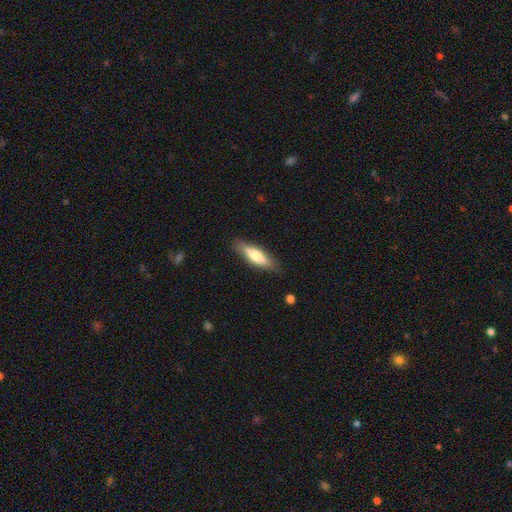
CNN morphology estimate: A smooth galaxy with no disk features (65%) that is cigar-shaped (56%). Merging: none (85%).